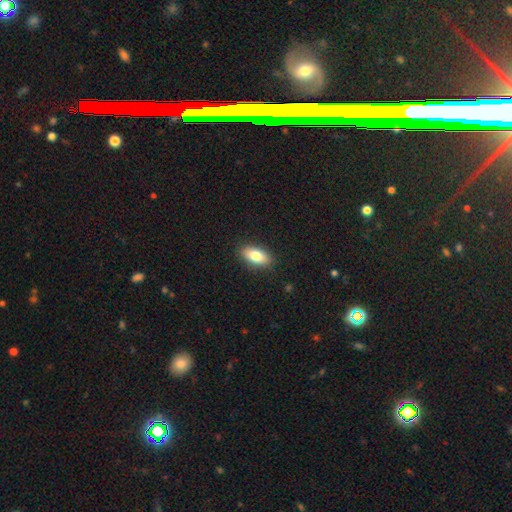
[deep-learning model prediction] A smooth galaxy with no disk features (81%) that is in between round and cigar-shaped (87%). Merging: none (89%).